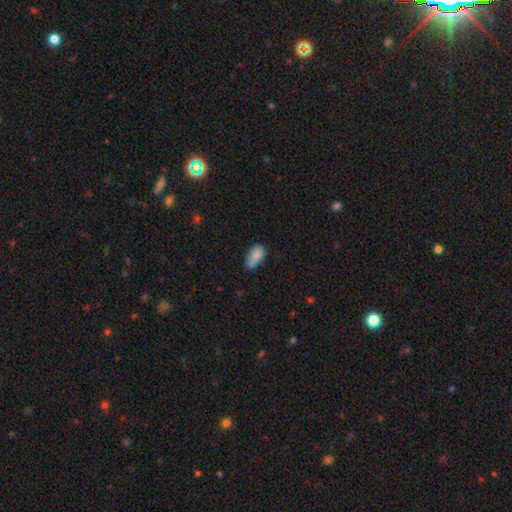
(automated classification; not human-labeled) smooth-or-featured: smooth: 79% | featured or disk: 12% | star or artifact: 8%
  how-rounded: in between: 90% | round: 6% | cigar-shaped: 4%
  merging: none: 48% | minor disturbance: 32% | merger: 12% | major disturbance: 8%